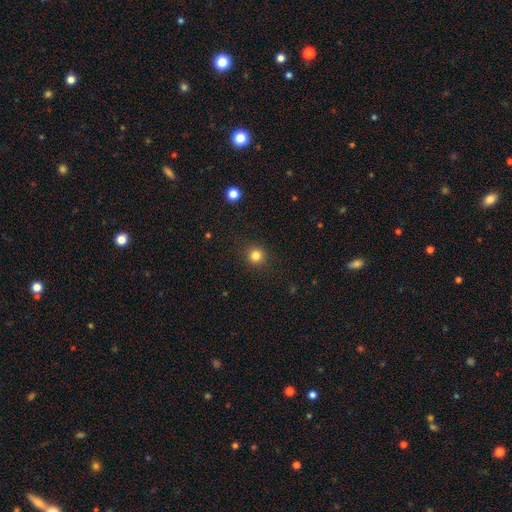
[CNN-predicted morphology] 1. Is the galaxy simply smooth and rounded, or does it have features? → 83% smooth, 13% star or artifact, 5% featured or disk.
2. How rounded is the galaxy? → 94% round, 6% in between, 1% cigar-shaped.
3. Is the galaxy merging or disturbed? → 91% none, 6% minor disturbance, 2% major disturbance, 1% merger.